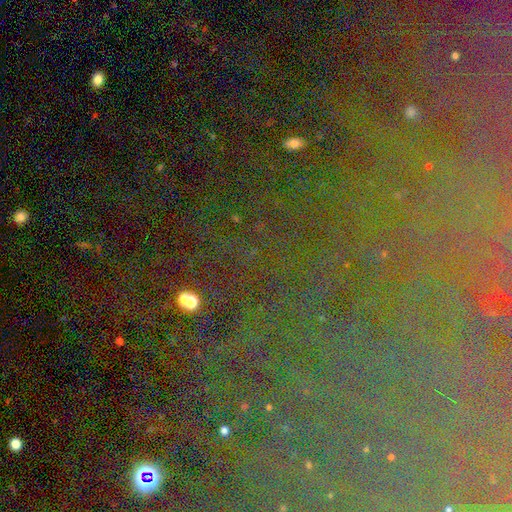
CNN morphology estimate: This is likely a star or artifact rather than a galaxy (76%).